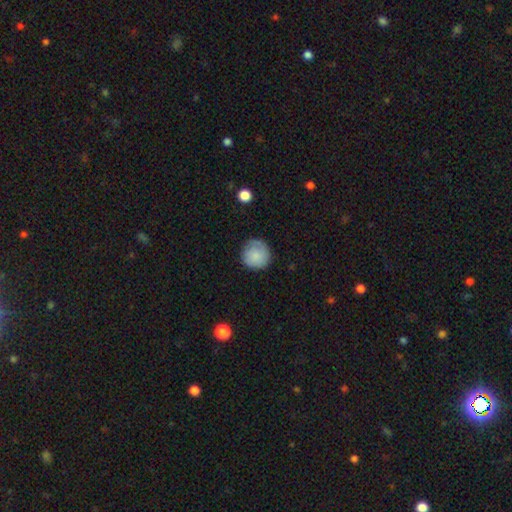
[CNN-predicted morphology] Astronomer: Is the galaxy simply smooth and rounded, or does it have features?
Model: smooth — 83%.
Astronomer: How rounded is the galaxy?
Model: round — 93%.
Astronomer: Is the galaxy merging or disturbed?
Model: none — 78%.